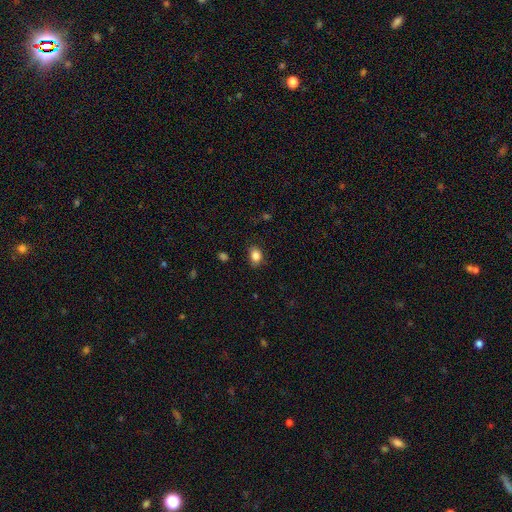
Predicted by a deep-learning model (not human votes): smooth-or-featured: smooth: 85% | star or artifact: 10% | featured or disk: 5%
  how-rounded: in between: 66% | round: 33% | cigar-shaped: 1%
  merging: none: 83% | minor disturbance: 13% | major disturbance: 3% | merger: 1%